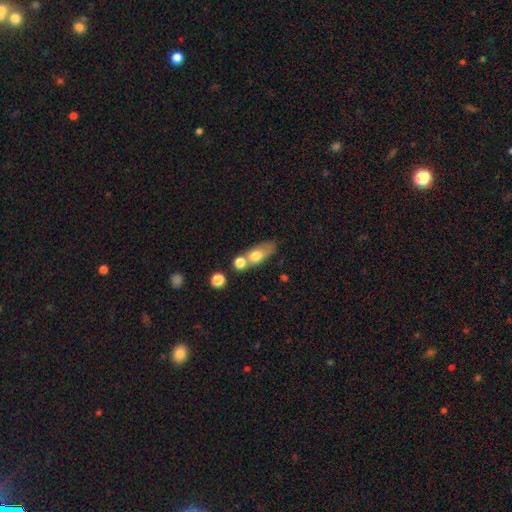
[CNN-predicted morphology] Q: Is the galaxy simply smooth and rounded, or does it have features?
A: smooth — 68%.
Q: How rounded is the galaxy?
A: in between — 69%.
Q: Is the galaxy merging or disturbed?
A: none — 41%.